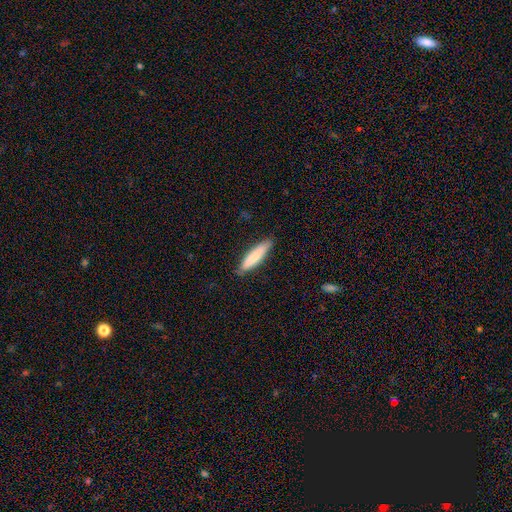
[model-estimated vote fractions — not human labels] This appears to be a smooth galaxy with no disk features (80%) that is cigar-shaped (81%). Merging: none (82%).